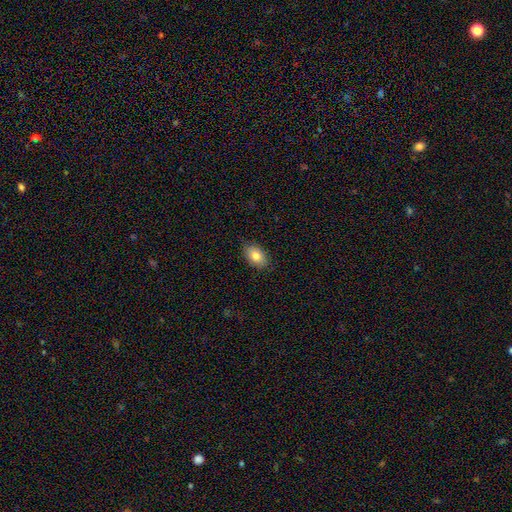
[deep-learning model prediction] The model was most divided on "smooth or featured": smooth: 81%, featured or disk: 12%, star or artifact: 7%. More confident: how rounded — in between (89%); merging — none (85%).